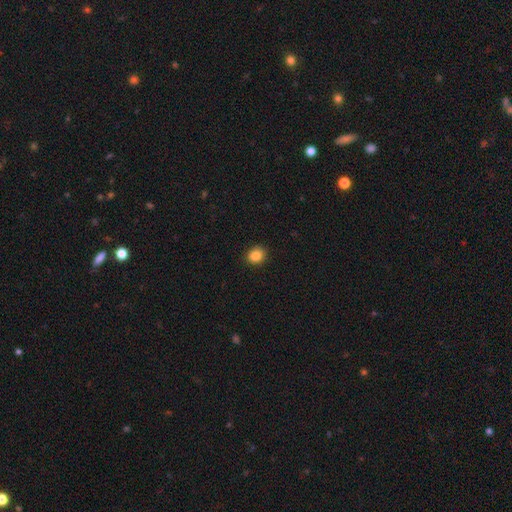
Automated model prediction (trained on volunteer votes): A smooth galaxy with no disk features (86%) that is round (68%).

Vote fractions:
- Smooth or featured? smooth: 86% / star or artifact: 10% / featured or disk: 4%
- How rounded? round: 68% / in between: 31% / cigar-shaped: 1%
- Merging? none: 91% / minor disturbance: 7% / major disturbance: 2% / merger: 1%